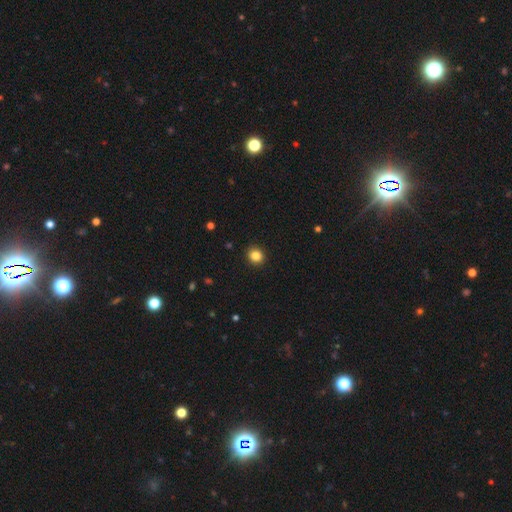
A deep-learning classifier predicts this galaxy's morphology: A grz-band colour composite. It shows a smooth galaxy with no disk features (85%) that is round (81%). Merging: none (92%).